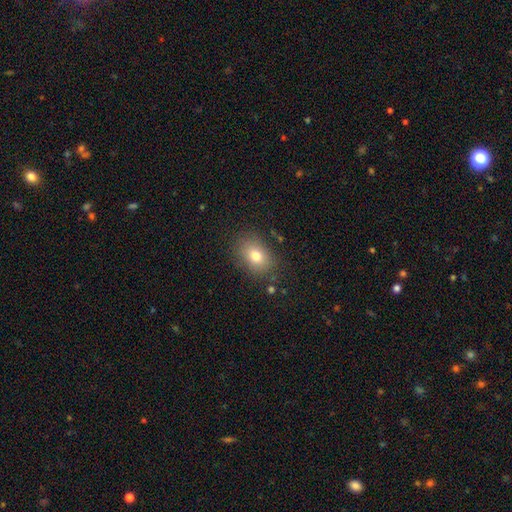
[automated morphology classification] type=smooth (77%); roundness=in between (68%); merging=none (82%).